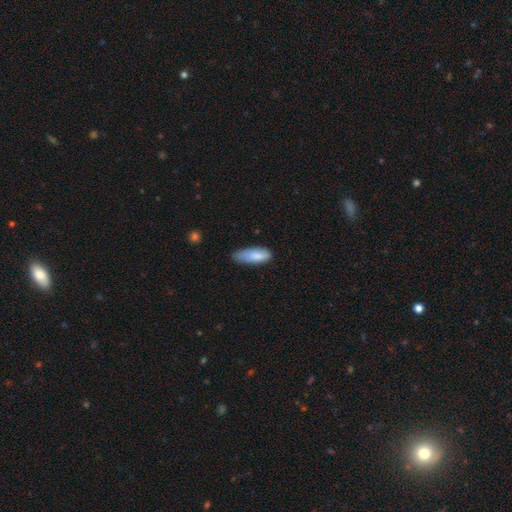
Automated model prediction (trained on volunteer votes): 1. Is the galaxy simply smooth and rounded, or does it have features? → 84% smooth, 9% featured or disk, 6% star or artifact.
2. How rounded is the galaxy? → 69% in between, 29% cigar-shaped, 2% round.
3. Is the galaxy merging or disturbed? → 51% none, 39% minor disturbance, 8% major disturbance, 2% merger.